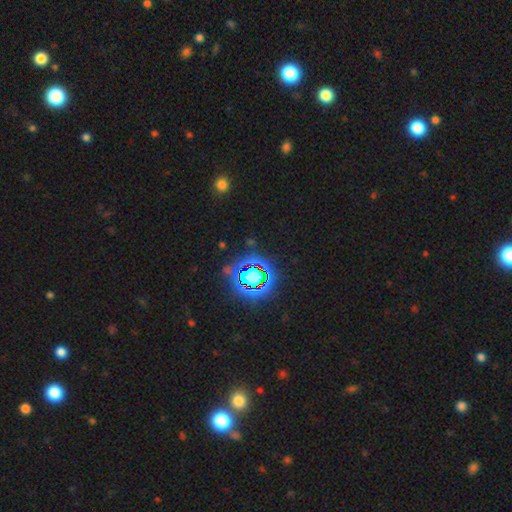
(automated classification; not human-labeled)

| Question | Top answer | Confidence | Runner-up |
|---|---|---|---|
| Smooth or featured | star or artifact | 79% | smooth (14%) |